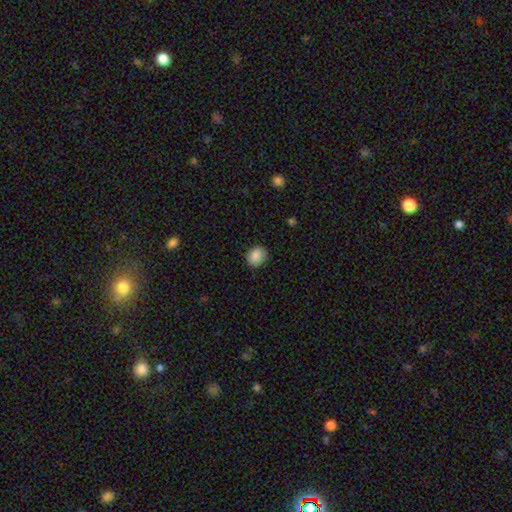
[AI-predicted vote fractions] This is clearly a smooth galaxy (88%). How rounded: likely round (65%). Merging: clearly none (85%).